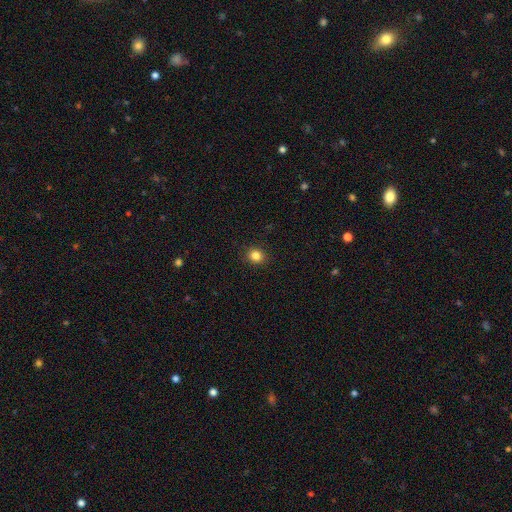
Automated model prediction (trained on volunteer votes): smooth_or_featured: smooth (p=0.84) [alt: star or artifact p=0.12]
how_rounded: round (p=0.83) [alt: in between p=0.16]
merging: none (p=0.92) [alt: minor disturbance p=0.06]